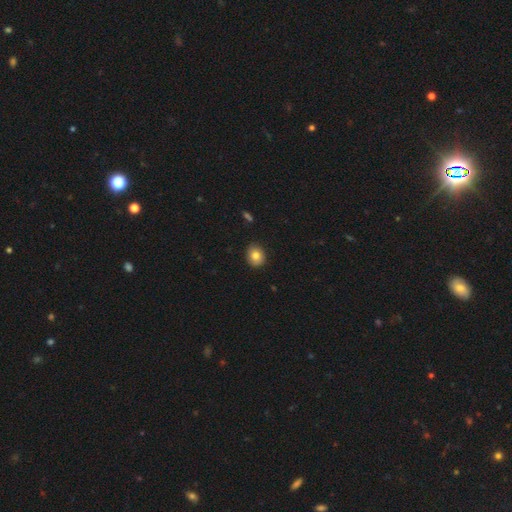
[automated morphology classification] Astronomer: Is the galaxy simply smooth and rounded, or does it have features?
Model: smooth — 81%.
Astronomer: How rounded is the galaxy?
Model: round — 68%.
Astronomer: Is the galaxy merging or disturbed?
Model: none — 88%.